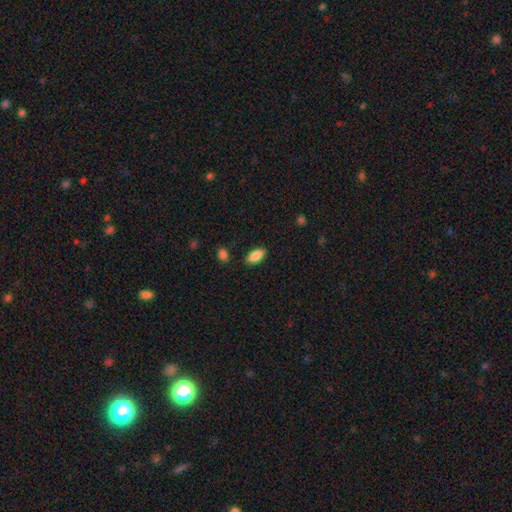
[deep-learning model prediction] This is clearly a smooth galaxy (86%). How rounded: clearly in between (88%). Merging: clearly none (85%).